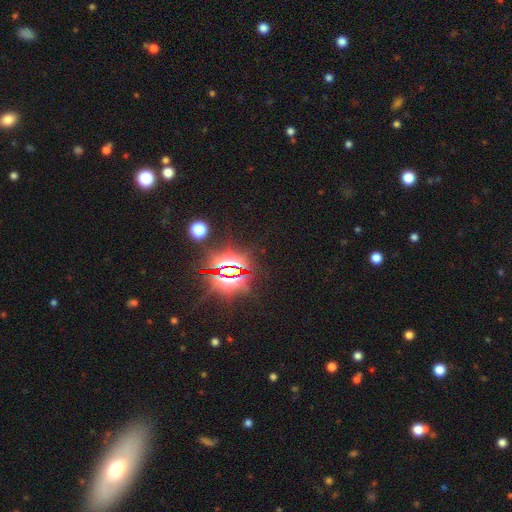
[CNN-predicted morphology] star or artifact 80%, smooth 11%, featured or disk 9%.